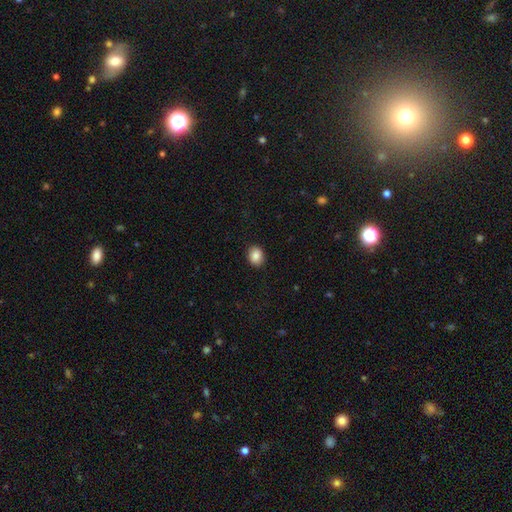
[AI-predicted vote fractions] Q: Smooth or featured?
A: smooth (88%); runner-up: star or artifact (8%)
Q: How rounded?
A: round (51%); runner-up: in between (48%)
Q: Merging?
A: none (91%); runner-up: minor disturbance (6%)